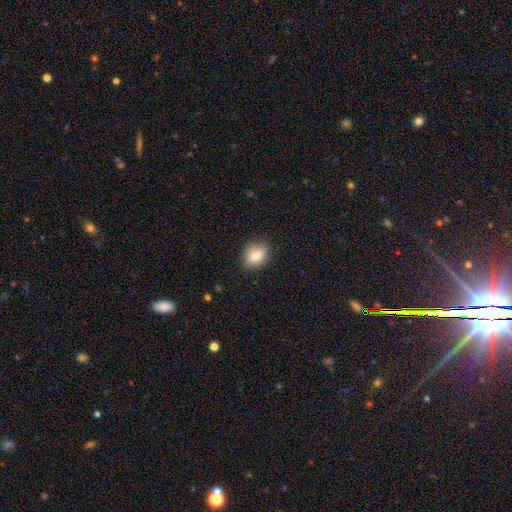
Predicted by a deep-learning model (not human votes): Smooth or featured? Predicted: smooth (p=0.76). How rounded? Predicted: in between (p=0.59). Merging? Predicted: none (p=0.82).